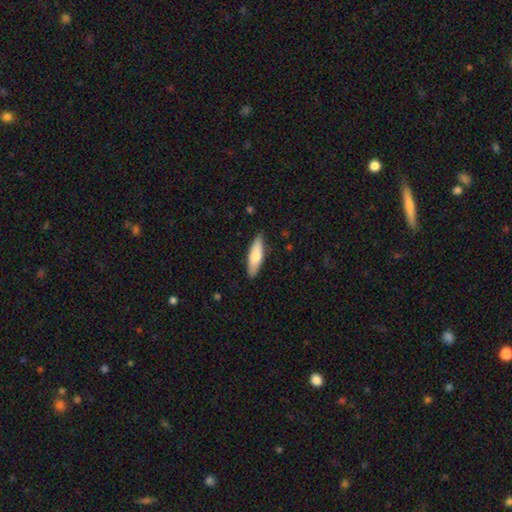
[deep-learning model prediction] Smooth or featured? Predicted: smooth (p=0.72). How rounded? Predicted: cigar-shaped (p=0.56). Merging? Predicted: none (p=0.87).